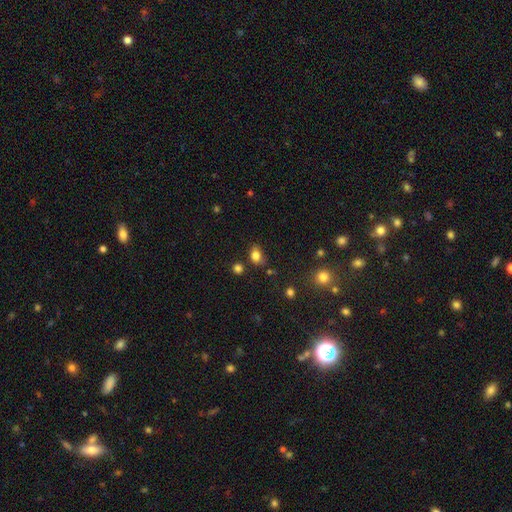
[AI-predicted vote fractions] Morphology: type=smooth (82%); roundness=in between (66%); merging=none (67%).